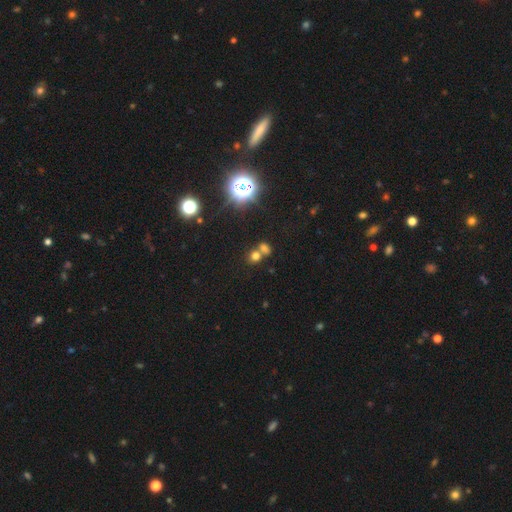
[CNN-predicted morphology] This appears to be a smooth galaxy with no disk features (61%) that is round (74%). Merging: none (45%, tied with merger).